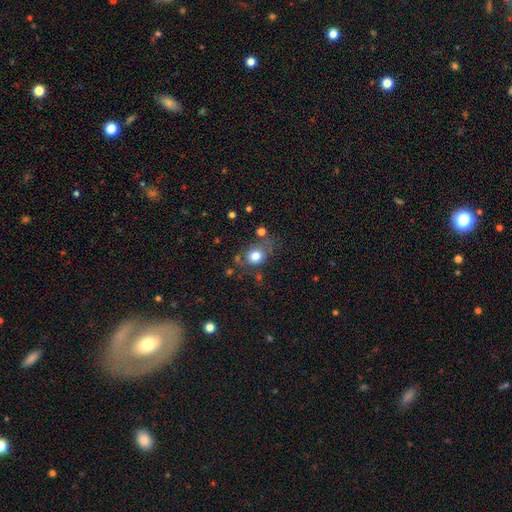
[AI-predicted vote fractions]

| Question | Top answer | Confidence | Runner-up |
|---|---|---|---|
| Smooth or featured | smooth | 79% | star or artifact (11%) |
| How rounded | round | 65% | in between (34%) |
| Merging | none | 62% | minor disturbance (20%) |